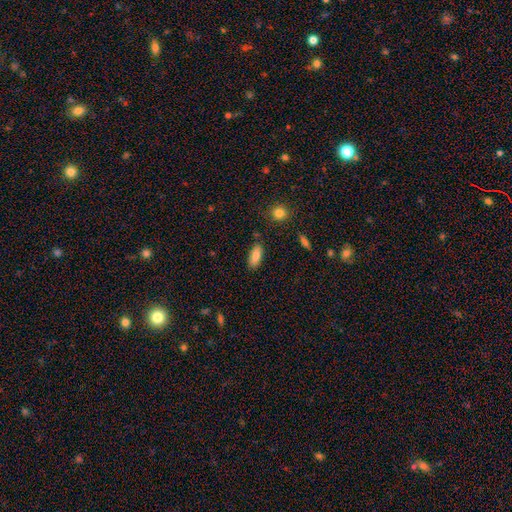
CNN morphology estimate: type=smooth (84%); roundness=in between (79%); merging=none (83%).